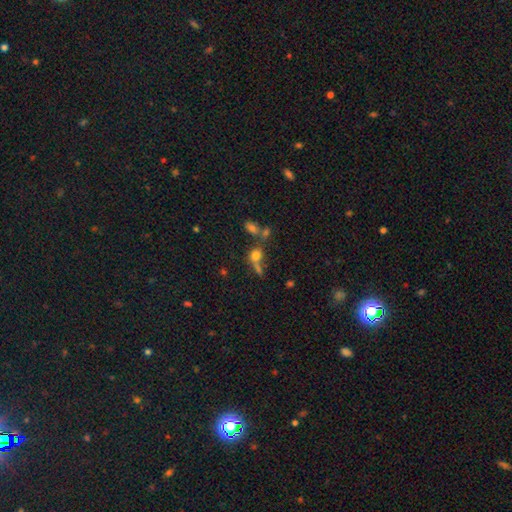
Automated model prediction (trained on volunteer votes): This appears to be a smooth galaxy with no disk features (68%) that is round (63%). Merging: none (40%).